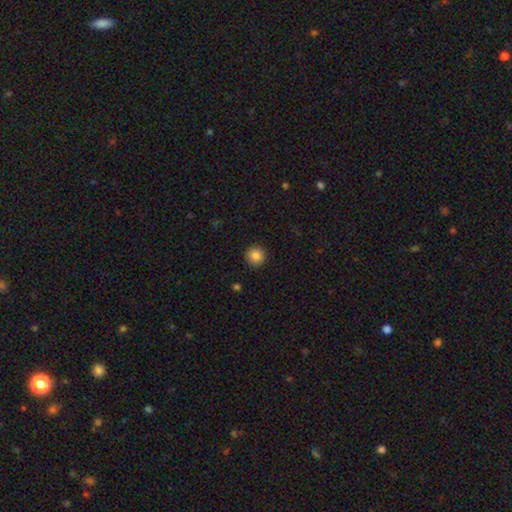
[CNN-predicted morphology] smooth 85%, star or artifact 10%, featured or disk 5%. Down the decision tree: how rounded — round (95%); merging — none (92%).